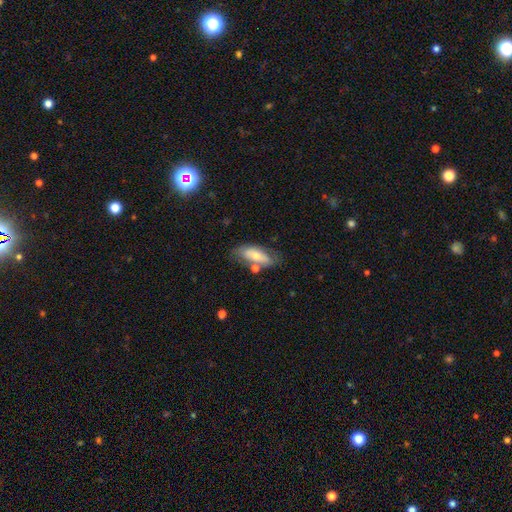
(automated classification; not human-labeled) The model was most divided on "smooth or featured": smooth: 61%, featured or disk: 32%, star or artifact: 7%. More confident: how rounded — in between (78%); merging — none (60%).